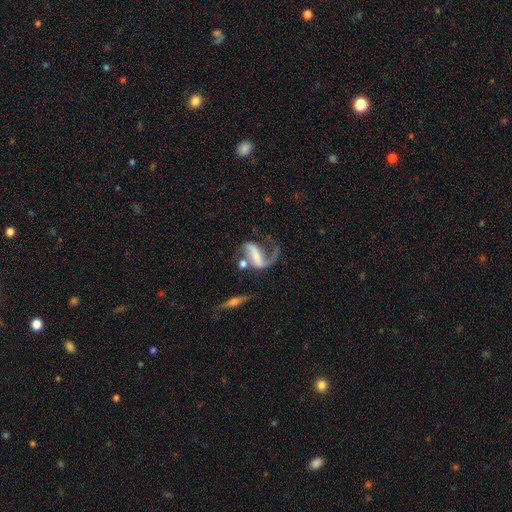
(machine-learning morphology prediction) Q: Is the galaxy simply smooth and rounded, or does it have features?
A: featured or disk — 79%.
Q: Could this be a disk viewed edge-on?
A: no — 95%.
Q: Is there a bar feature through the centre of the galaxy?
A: strong — 55%.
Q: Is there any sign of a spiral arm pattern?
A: yes — 88%.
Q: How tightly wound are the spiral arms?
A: loose — 65%.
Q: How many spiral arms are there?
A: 2 — 54%.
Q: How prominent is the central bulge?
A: none — 36%.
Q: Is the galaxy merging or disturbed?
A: major disturbance — 37%.